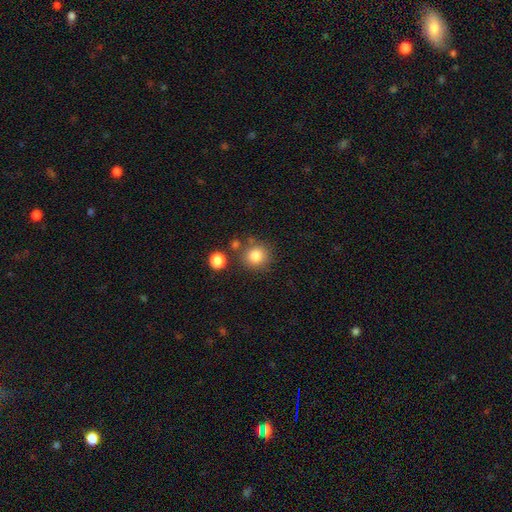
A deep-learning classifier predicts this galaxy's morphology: The model was most divided on "merging": none: 77%, minor disturbance: 10%, merger: 9%, major disturbance: 4%. More confident: how rounded — round (91%); smooth or featured — smooth (82%).